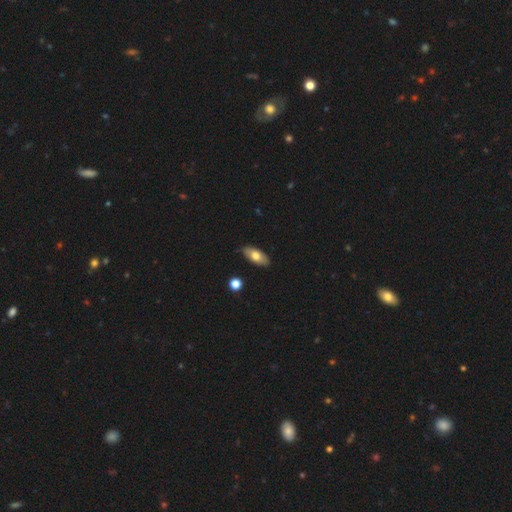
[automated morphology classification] type=smooth (70%); roundness=in between (87%); merging=none (86%).